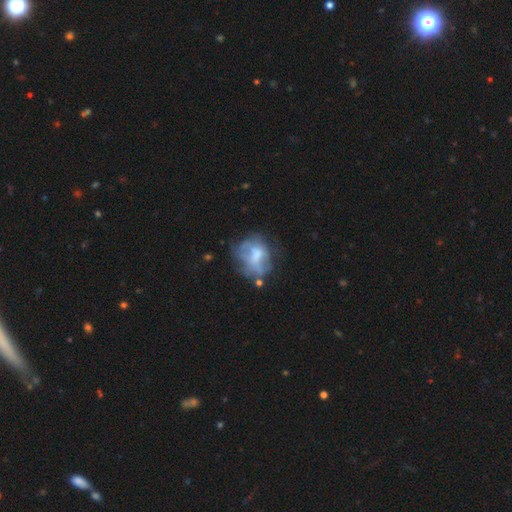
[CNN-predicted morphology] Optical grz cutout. It shows a featured or disk galaxy (46%). Merging: none (38%).